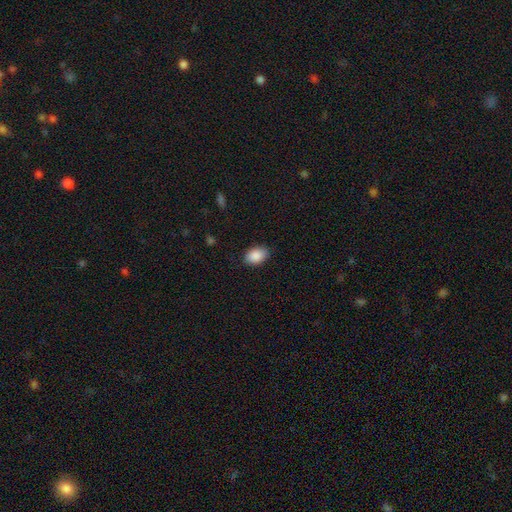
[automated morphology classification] Q: Smooth or featured?
A: smooth (89%); runner-up: star or artifact (7%)
Q: How rounded?
A: in between (87%); runner-up: round (12%)
Q: Merging?
A: none (85%); runner-up: minor disturbance (11%)